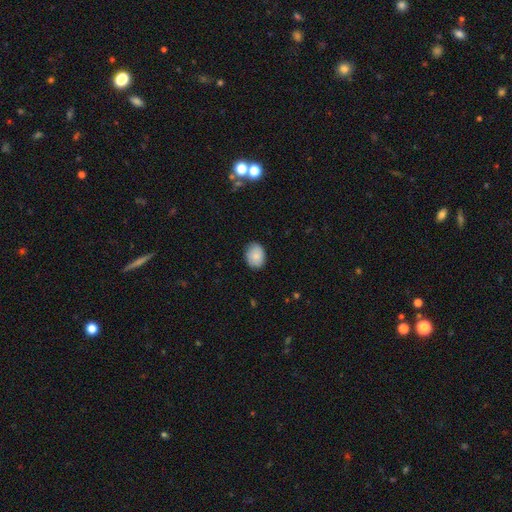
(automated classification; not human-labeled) Smooth or featured?
  - smooth: 85% *
  - featured or disk: 8%
  - star or artifact: 7%
How rounded?
  - in between: 65% *
  - round: 34%
  - cigar-shaped: 1%
Merging?
  - none: 83% *
  - minor disturbance: 13%
  - major disturbance: 2%
  - merger: 1%